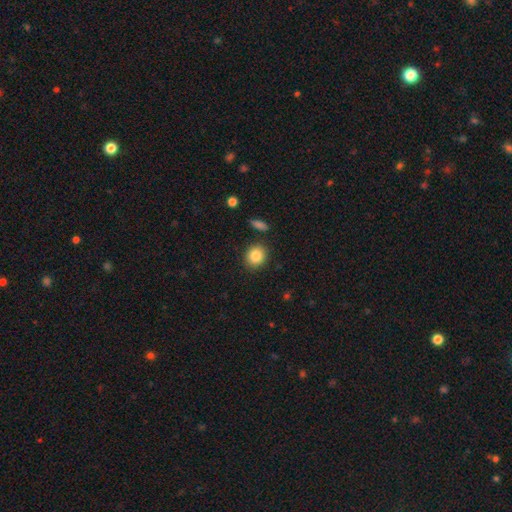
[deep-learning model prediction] This is clearly a smooth galaxy (86%). How rounded: likely round (74%). Merging: clearly none (87%).